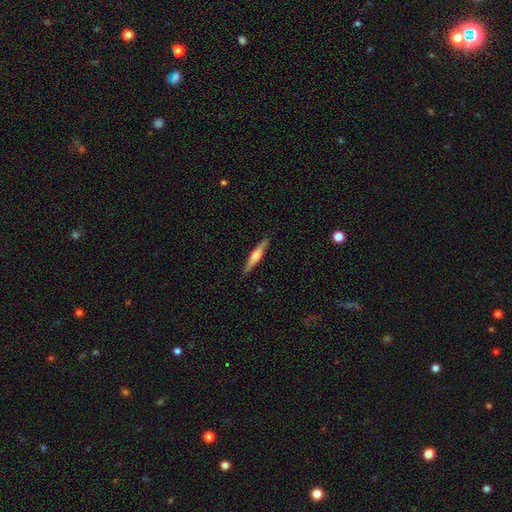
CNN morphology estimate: Smooth or featured? featured or disk (50%)
Edge-on disk? yes (96%)
Merging? none (89%)